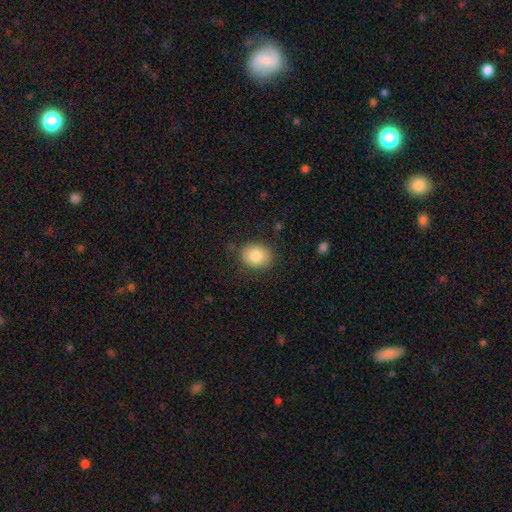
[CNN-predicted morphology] Smooth or featured? Predicted: smooth (p=0.82). How rounded? Predicted: round (p=0.56). Merging? Predicted: none (p=0.84).